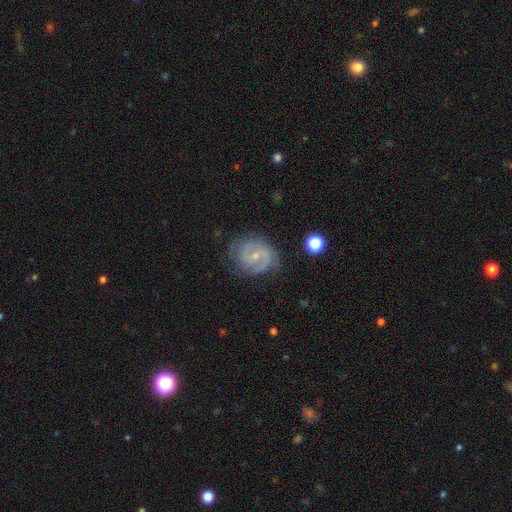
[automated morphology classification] type=featured or disk (84%); edge-on=no (98%); bar=weak (48%); spiral arms=yes (95%); winding=medium (48%); arm count=2 (71%); bulge=small (73%); merging=none (72%).